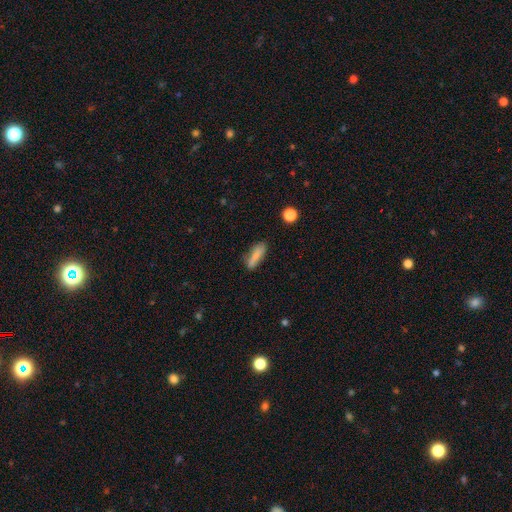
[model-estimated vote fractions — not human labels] Q: Smooth or featured?
A: smooth (77%); runner-up: featured or disk (15%)
Q: How rounded?
A: cigar-shaped (52%); runner-up: in between (45%)
Q: Merging?
A: none (69%); runner-up: minor disturbance (21%)